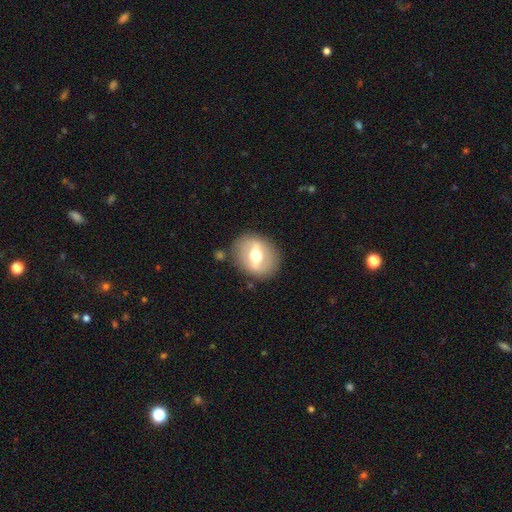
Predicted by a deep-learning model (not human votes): featured or disk 60%, smooth 33%, star or artifact 7%. Down the decision tree: edge-on disk — no (76%); merging — none (85%).